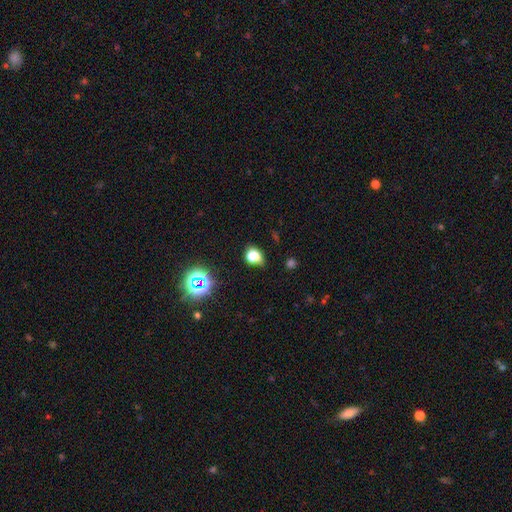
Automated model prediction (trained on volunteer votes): Smooth or featured?
  - smooth: 71% *
  - star or artifact: 17%
  - featured or disk: 11%
How rounded?
  - in between: 51% *
  - round: 48%
  - cigar-shaped: 1%
Merging?
  - none: 49% *
  - minor disturbance: 33%
  - major disturbance: 12%
  - merger: 6%